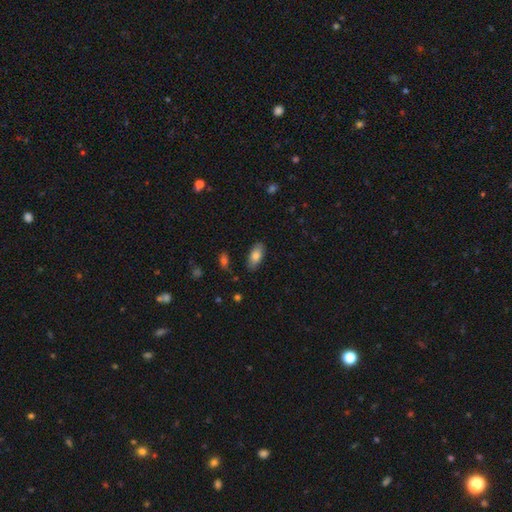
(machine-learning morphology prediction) Smooth or featured?
  - smooth: 78% *
  - featured or disk: 16%
  - star or artifact: 7%
How rounded?
  - in between: 91% *
  - cigar-shaped: 6%
  - round: 3%
Merging?
  - none: 82% *
  - minor disturbance: 13%
  - major disturbance: 2%
  - merger: 2%